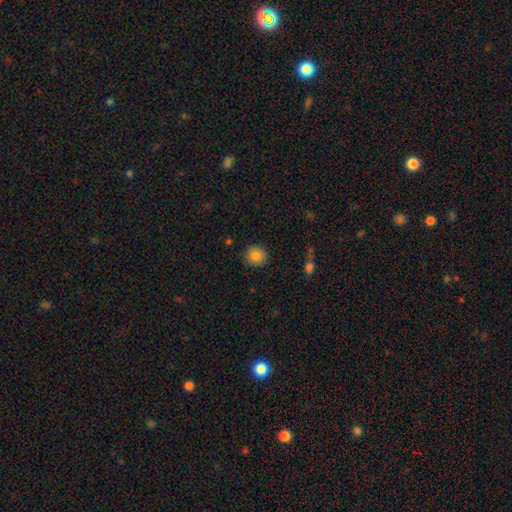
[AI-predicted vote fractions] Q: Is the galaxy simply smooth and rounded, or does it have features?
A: smooth — 85%.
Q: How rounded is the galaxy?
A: round — 89%.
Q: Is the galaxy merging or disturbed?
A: none — 89%.